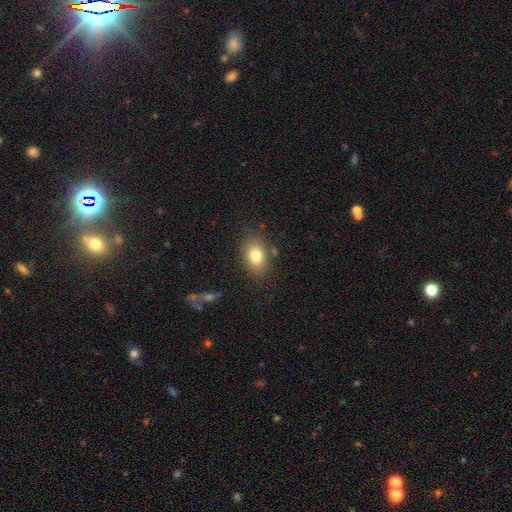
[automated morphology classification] This appears to be a smooth galaxy with no disk features (79%) that is in between round and cigar-shaped (80%). Merging: none (81%).